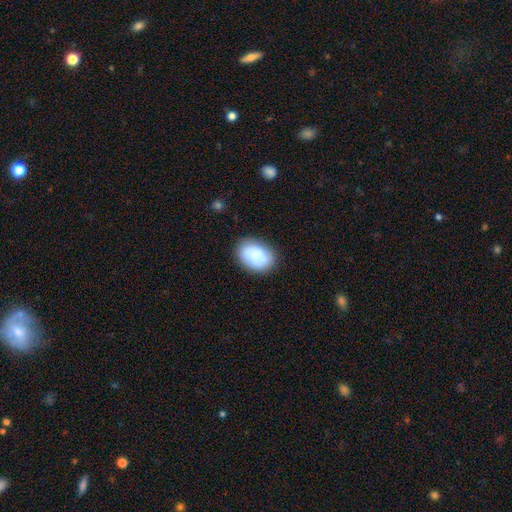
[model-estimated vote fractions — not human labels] Overall: smooth (81%). How rounded: in between (79%). Merging: none (77%).